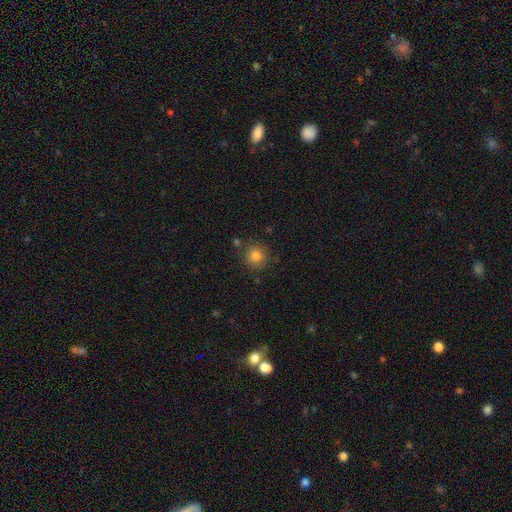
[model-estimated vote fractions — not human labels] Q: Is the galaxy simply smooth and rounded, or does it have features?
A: smooth — 81%.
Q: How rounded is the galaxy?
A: round — 92%.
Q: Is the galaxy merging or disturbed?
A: none — 83%.